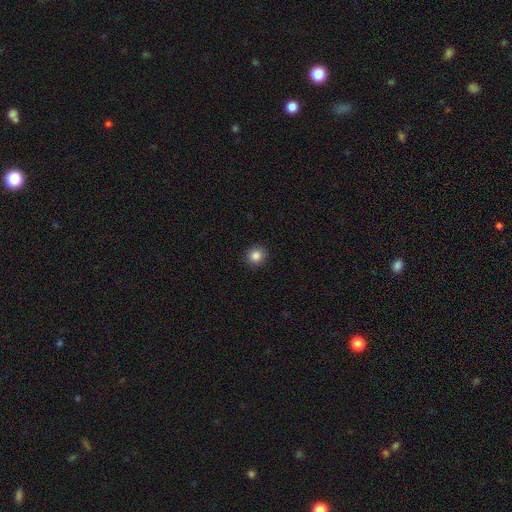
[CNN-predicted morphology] smooth 86%, star or artifact 10%, featured or disk 4%. Down the decision tree: how rounded — round (88%); merging — none (91%).